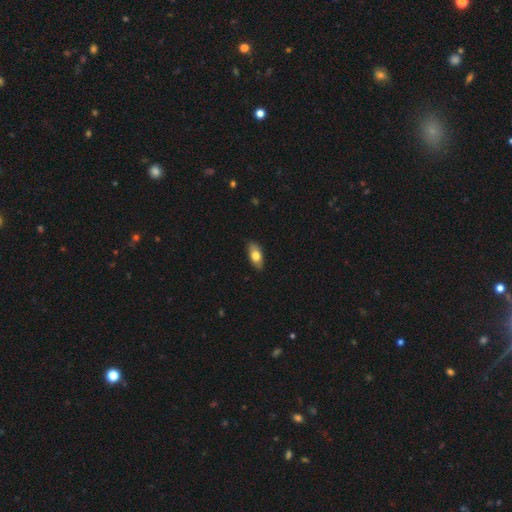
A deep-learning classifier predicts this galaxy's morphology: Smooth or featured: smooth — 74% (featured or disk — 19%)
How rounded: in between — 87% (cigar-shaped — 9%)
Merging: none — 86% (minor disturbance — 12%)